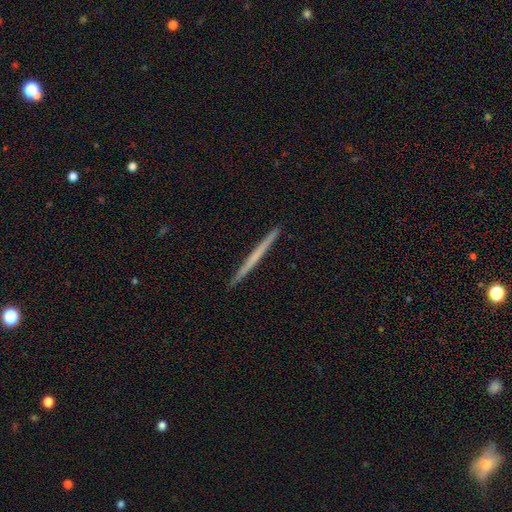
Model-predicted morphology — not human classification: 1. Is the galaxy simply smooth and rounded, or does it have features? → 49% featured or disk, 46% smooth, 5% star or artifact.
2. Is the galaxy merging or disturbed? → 93% none, 5% minor disturbance, 1% major disturbance, 1% merger.